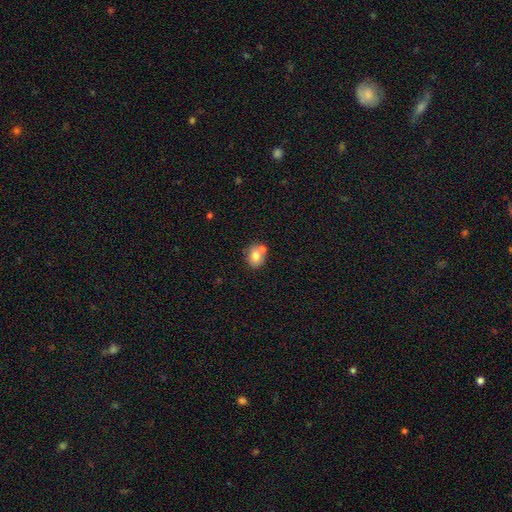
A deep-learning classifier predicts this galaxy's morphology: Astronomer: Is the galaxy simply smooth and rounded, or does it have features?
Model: smooth — 74%.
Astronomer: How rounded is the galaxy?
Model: round — 61% (runner-up: in between, 38%).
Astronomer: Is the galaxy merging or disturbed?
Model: none — 52% (runner-up: merger, 33%).